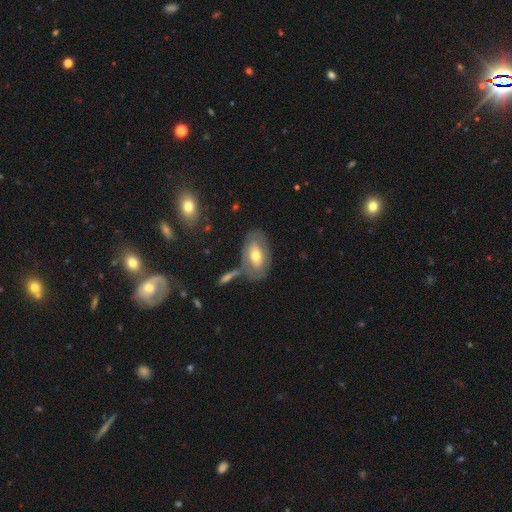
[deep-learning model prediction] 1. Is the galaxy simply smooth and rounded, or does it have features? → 48% smooth, 46% featured or disk, 6% star or artifact.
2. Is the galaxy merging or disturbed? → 65% none, 17% minor disturbance, 12% merger, 7% major disturbance.